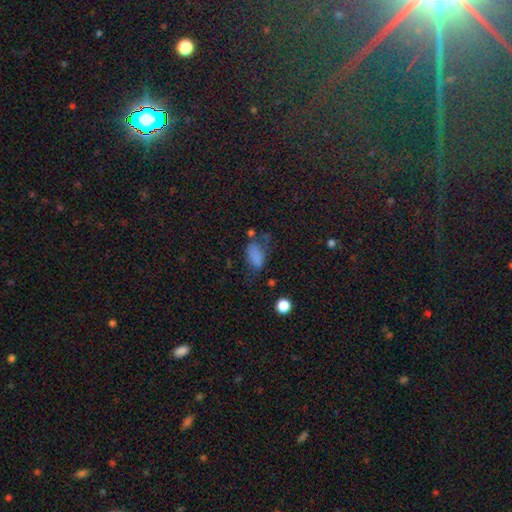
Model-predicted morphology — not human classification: Smooth or featured? Predicted: smooth (p=0.74). How rounded? Predicted: in between (p=0.89). Merging? Predicted: none (p=0.39).